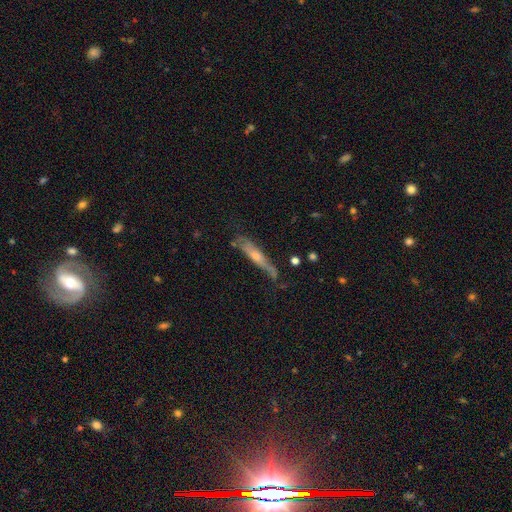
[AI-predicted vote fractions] Smooth or featured? Predicted: featured or disk (p=0.56). Edge-on disk? Predicted: yes (p=0.78). Merging? Predicted: none (p=0.58).